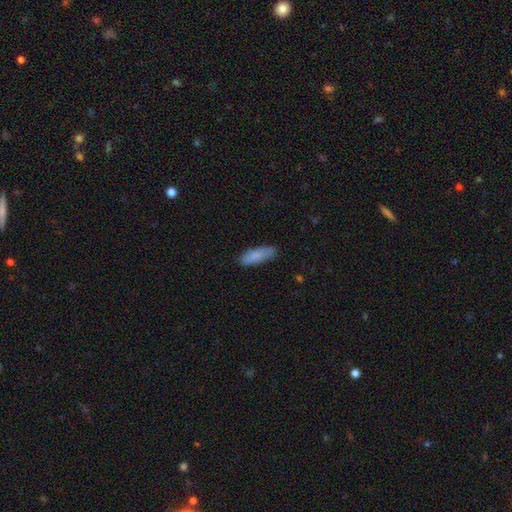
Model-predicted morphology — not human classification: smooth 84%, featured or disk 10%, star or artifact 6%. Down the decision tree: how rounded — in between (56%); merging — none (82%).